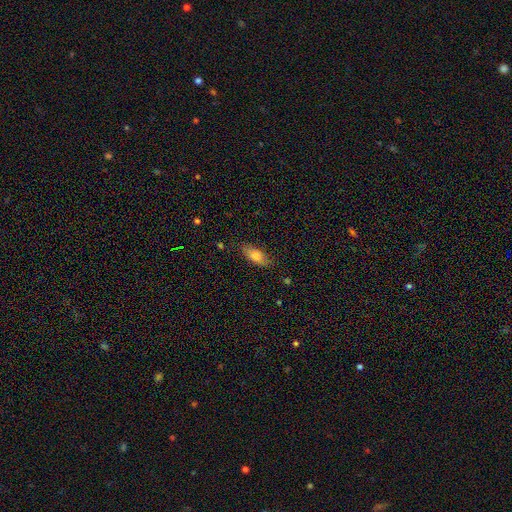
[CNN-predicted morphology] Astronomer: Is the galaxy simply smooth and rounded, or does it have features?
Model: smooth — 80%.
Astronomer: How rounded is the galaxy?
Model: in between — 82%.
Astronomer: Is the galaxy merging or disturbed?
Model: none — 78%.